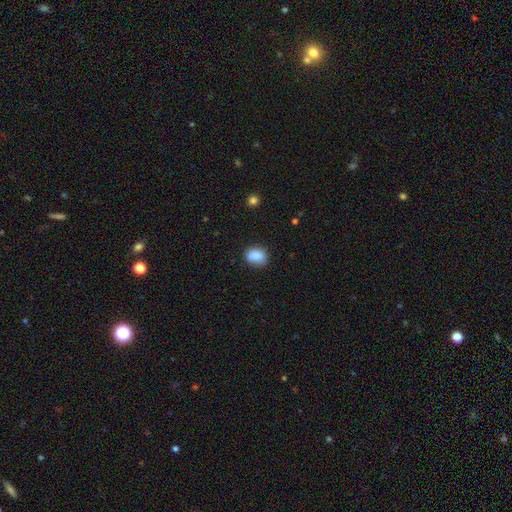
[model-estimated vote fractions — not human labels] Smooth or featured? smooth (87%)
How rounded? in between (66%)
Merging? none (76%)